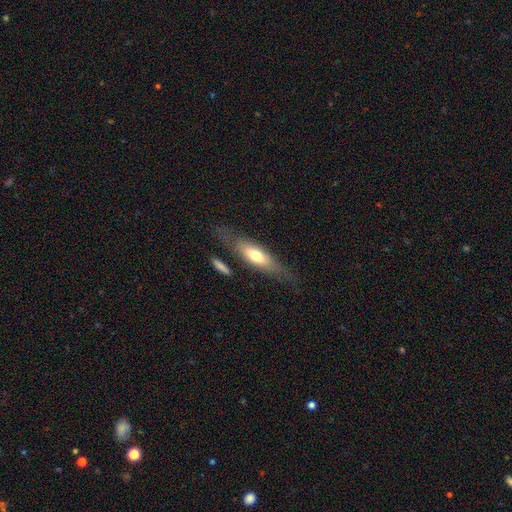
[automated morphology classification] Q: Smooth or featured?
A: smooth (56%); runner-up: featured or disk (38%)
Q: How rounded?
A: cigar-shaped (54%); runner-up: in between (44%)
Q: Merging?
A: none (68%); runner-up: minor disturbance (18%)